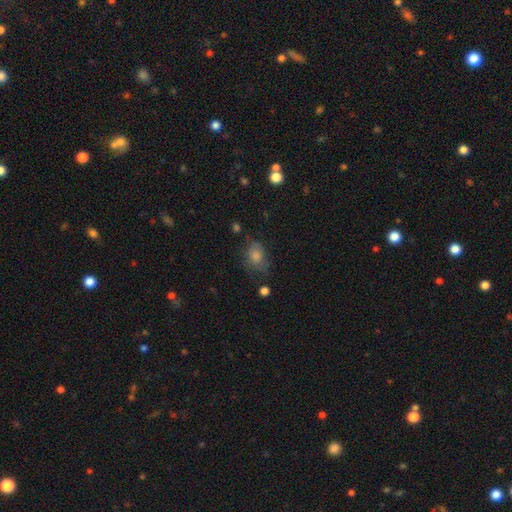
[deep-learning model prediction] smooth-or-featured: smooth: 59% | star or artifact: 21% | featured or disk: 19%
  how-rounded: in between: 56% | round: 42% | cigar-shaped: 2%
  merging: none: 63% | minor disturbance: 23% | major disturbance: 11% | merger: 3%